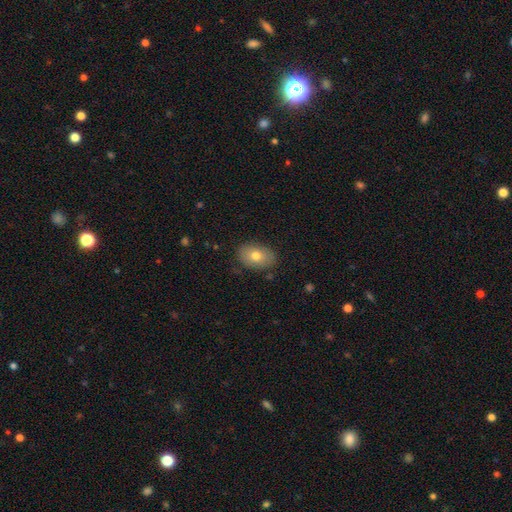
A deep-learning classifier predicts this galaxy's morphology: Overall: smooth (74%). How rounded: in between (84%). Merging: none (83%).